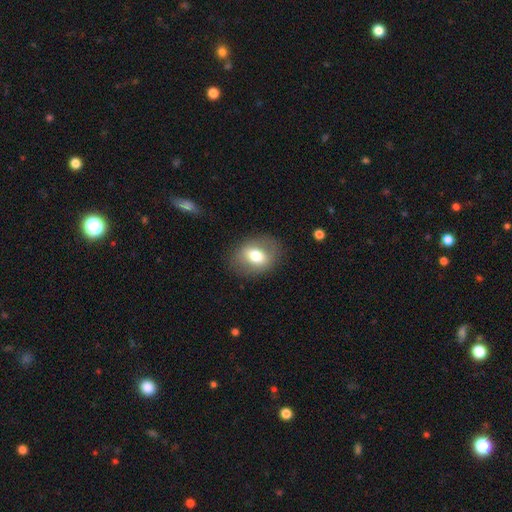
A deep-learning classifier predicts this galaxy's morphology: Overall: smooth (65%; featured or disk 27%). How rounded: in between (68%; round 31%). Merging: none (81%).